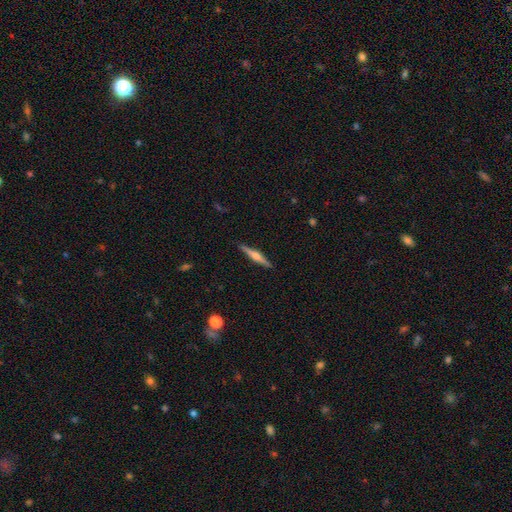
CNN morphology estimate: featured or disk 67%, smooth 27%, star or artifact 6%. Down the decision tree: edge-on disk — yes (98%); edge-on bulge — rounded (88%); merging — none (90%).